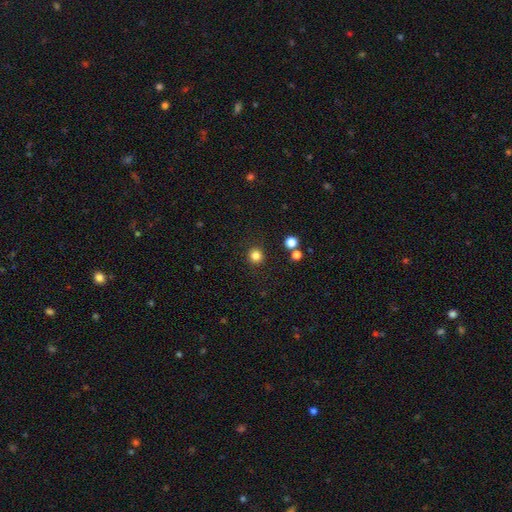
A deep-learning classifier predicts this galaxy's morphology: Q: Smooth or featured?
A: smooth (82%); runner-up: star or artifact (13%)
Q: How rounded?
A: round (94%); runner-up: in between (5%)
Q: Merging?
A: none (90%); runner-up: minor disturbance (5%)